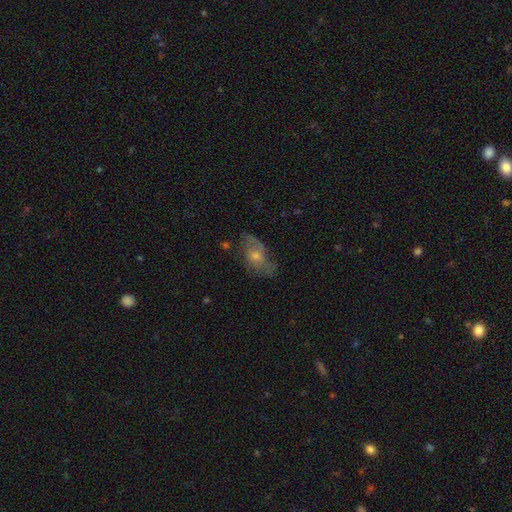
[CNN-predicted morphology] The model was most divided on "bulge size": moderate: 49%, small: 42%, large: 4%, none: 4%, dominant: 1%. More confident: edge-on disk — no (92%); spiral arms — yes (75%); bar — no (71%); merging — none (61%); smooth or featured — featured or disk (60%).